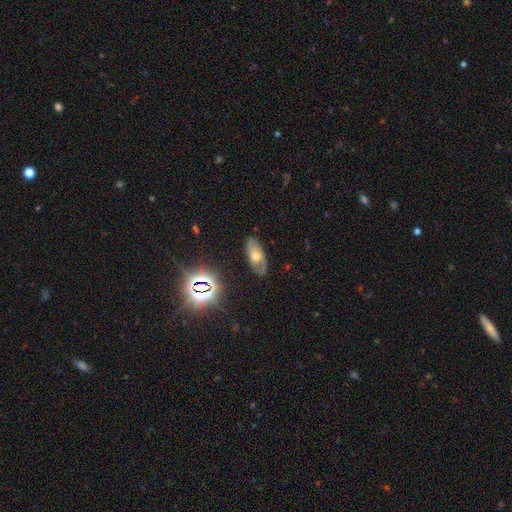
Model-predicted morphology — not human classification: smooth_or_featured: featured or disk (p=0.50) [alt: smooth p=0.31]
merging: none (p=0.79) [alt: minor disturbance p=0.15]